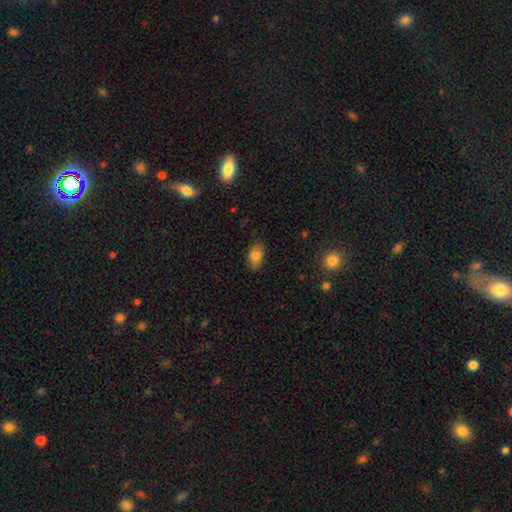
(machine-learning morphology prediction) The model was most divided on "merging": none: 83%, minor disturbance: 13%, major disturbance: 3%, merger: 1%. More confident: how rounded — in between (90%); smooth or featured — smooth (82%).